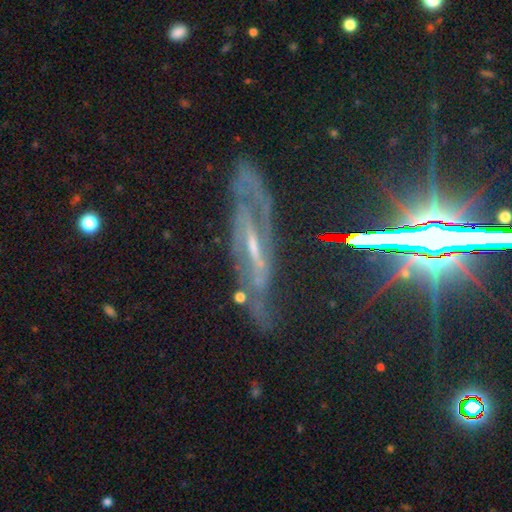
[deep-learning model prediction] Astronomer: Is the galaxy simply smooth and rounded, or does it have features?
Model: featured or disk — 74%.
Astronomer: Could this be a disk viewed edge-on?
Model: no — 65%.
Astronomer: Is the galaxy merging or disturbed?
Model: none — 66%.